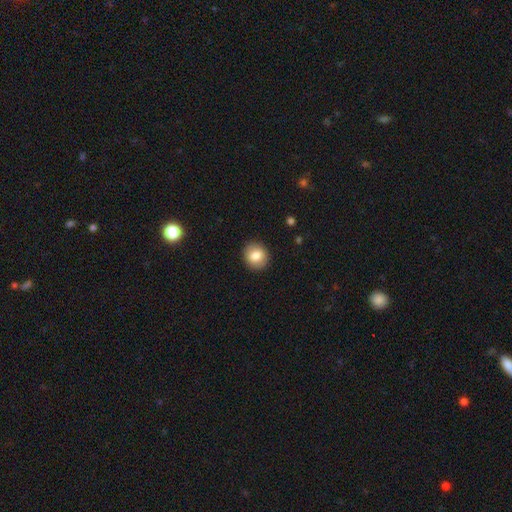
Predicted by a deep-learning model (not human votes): Smooth or featured? smooth (82%)
How rounded? round (83%)
Merging? none (91%)